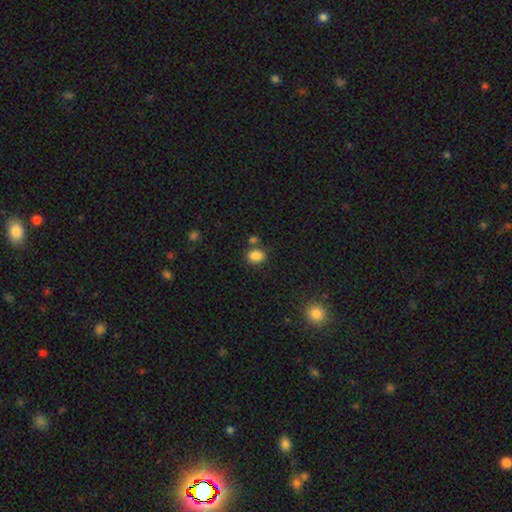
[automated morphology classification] A smooth galaxy with no disk features (85%) that is in between round and cigar-shaped (61%). Merging: none (71%).